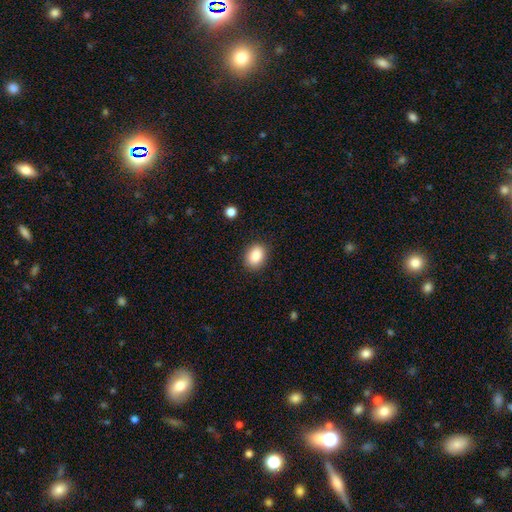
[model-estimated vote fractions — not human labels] Smooth or featured: smooth — 87% (star or artifact — 8%)
How rounded: in between — 69% (round — 30%)
Merging: none — 87% (minor disturbance — 9%)